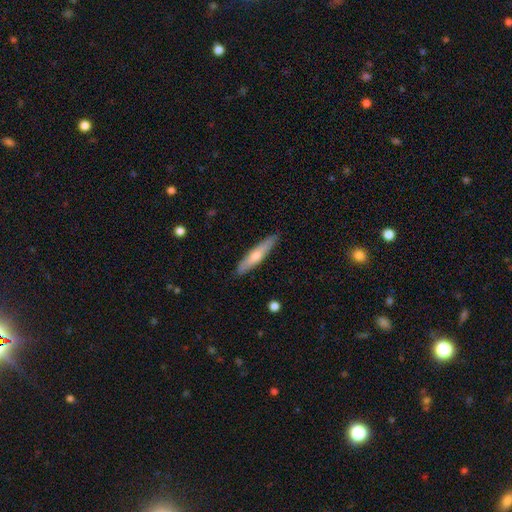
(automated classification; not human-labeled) Smooth or featured?
  - smooth: 55% *
  - featured or disk: 39%
  - star or artifact: 6%
How rounded?
  - cigar-shaped: 88% *
  - in between: 11%
  - round: 1%
Merging?
  - none: 89% *
  - minor disturbance: 9%
  - major disturbance: 2%
  - merger: 1%